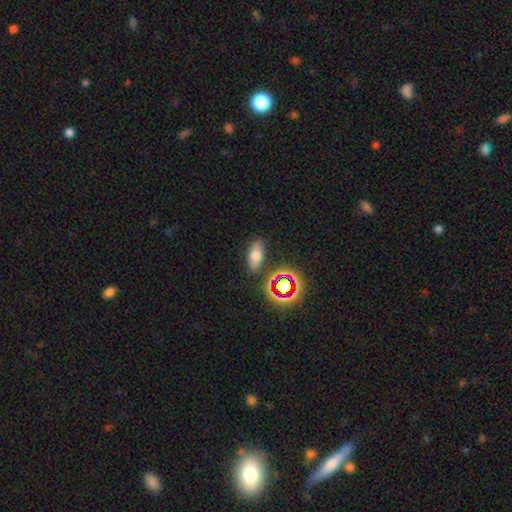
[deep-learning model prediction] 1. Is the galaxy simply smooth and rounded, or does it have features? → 64% smooth, 20% star or artifact, 16% featured or disk.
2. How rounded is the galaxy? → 85% in between, 8% cigar-shaped, 7% round.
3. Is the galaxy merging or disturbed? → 83% none, 10% minor disturbance, 3% merger, 3% major disturbance.